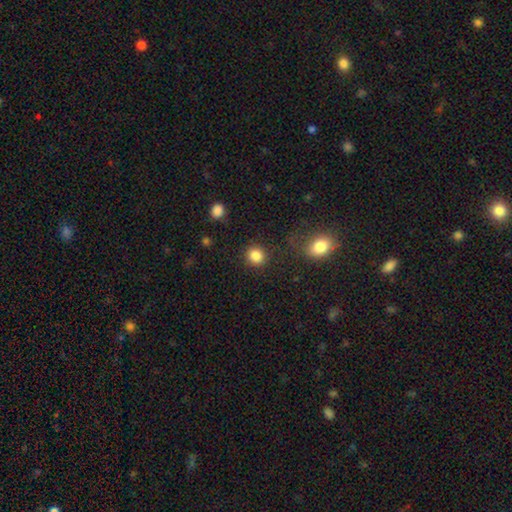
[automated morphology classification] type=smooth (86%); roundness=round (86%); merging=none (88%).